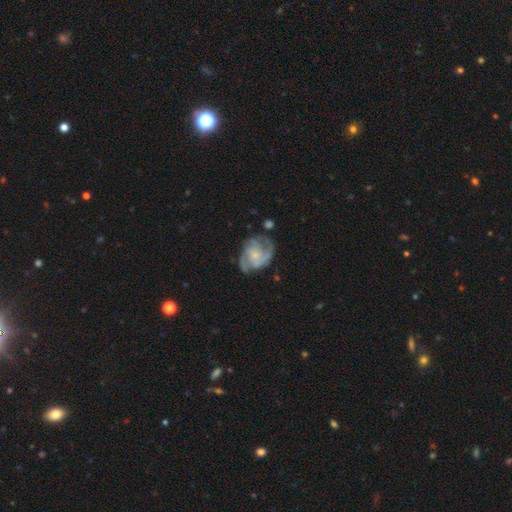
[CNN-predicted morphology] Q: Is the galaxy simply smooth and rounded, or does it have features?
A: featured or disk — 85%.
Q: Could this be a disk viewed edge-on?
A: no — 98%.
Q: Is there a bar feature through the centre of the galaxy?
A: no — 70%.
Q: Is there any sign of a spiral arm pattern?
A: yes — 96%.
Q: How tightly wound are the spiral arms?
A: medium — 50%.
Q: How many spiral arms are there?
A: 3 — 37%.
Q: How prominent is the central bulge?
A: small — 70%.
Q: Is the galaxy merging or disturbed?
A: none — 64%.